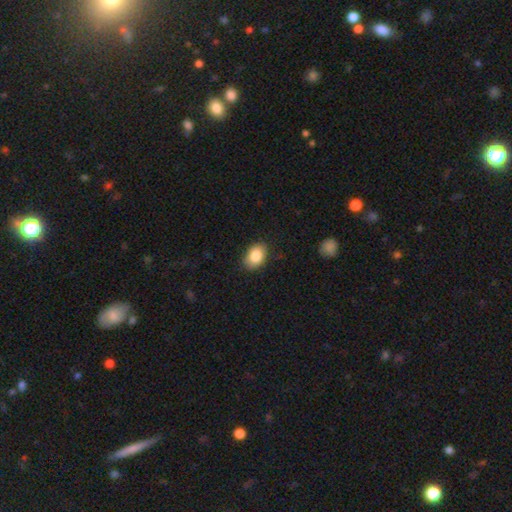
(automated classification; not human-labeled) Morphology: type=smooth (85%); roundness=in between (81%); merging=none (84%).